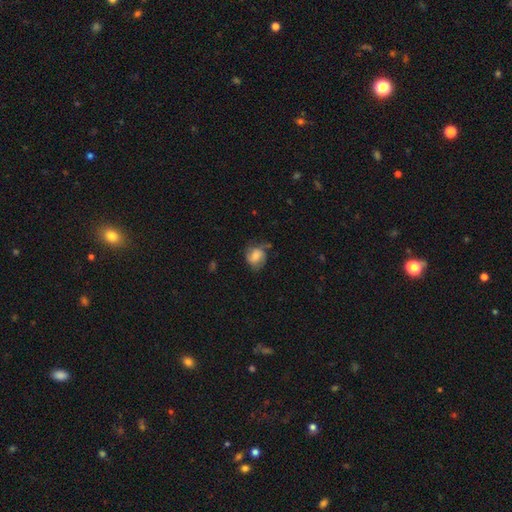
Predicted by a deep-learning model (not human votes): Smooth or featured?
  - smooth: 51% *
  - featured or disk: 41%
  - star or artifact: 9%
How rounded?
  - round: 57% *
  - in between: 42%
  - cigar-shaped: 1%
Merging?
  - none: 54% *
  - minor disturbance: 29%
  - major disturbance: 14%
  - merger: 3%